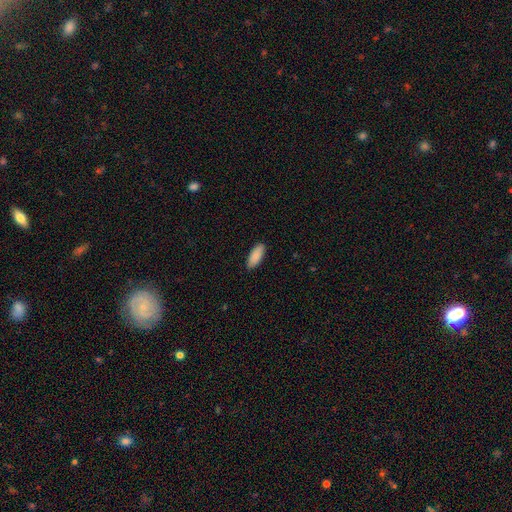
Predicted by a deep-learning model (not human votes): The model was most divided on "how rounded": in between: 77%, cigar-shaped: 22%, round: 2%. More confident: smooth or featured — smooth (90%); merging — none (88%).